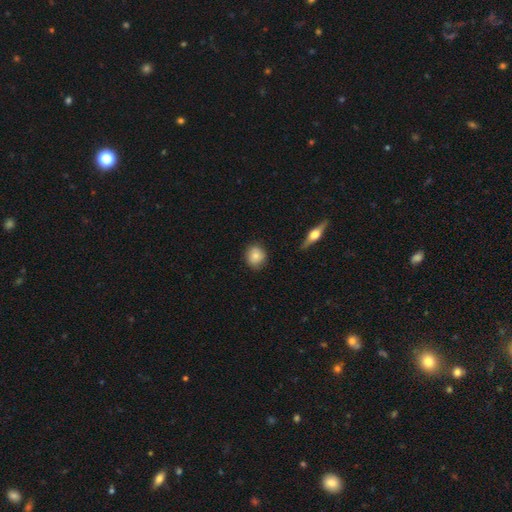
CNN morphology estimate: type=smooth (79%); roundness=round (79%); merging=none (81%).